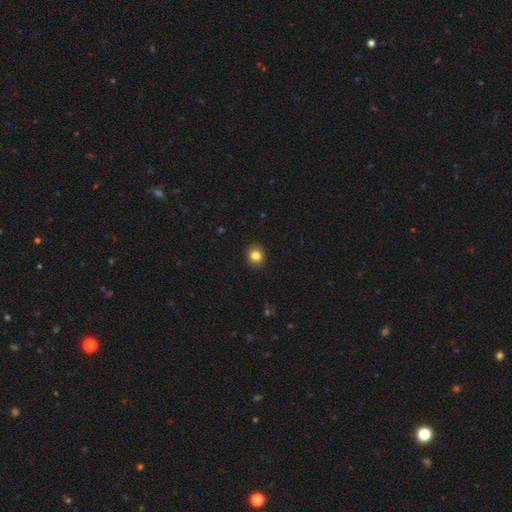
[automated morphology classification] type=smooth (83%); roundness=round (80%); merging=none (91%).